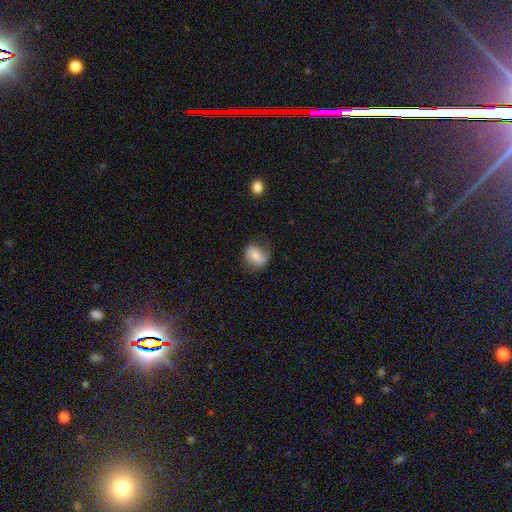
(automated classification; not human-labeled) Morphology: type=smooth (67%); roundness=in between (55%); merging=none (65%).